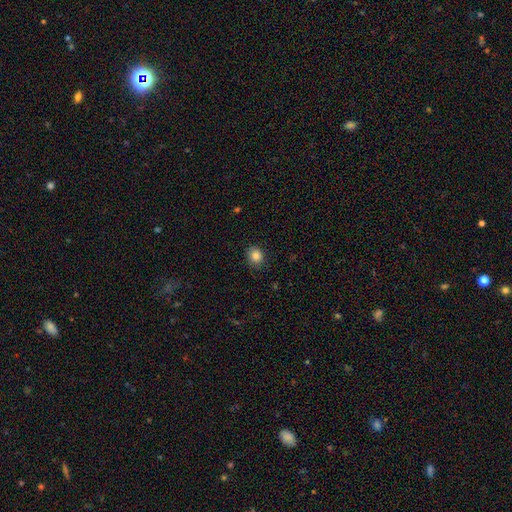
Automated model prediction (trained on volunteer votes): smooth-or-featured: smooth: 85% | star or artifact: 10% | featured or disk: 5%
  how-rounded: round: 73% | in between: 26% | cigar-shaped: 1%
  merging: none: 86% | minor disturbance: 10% | major disturbance: 2% | merger: 1%